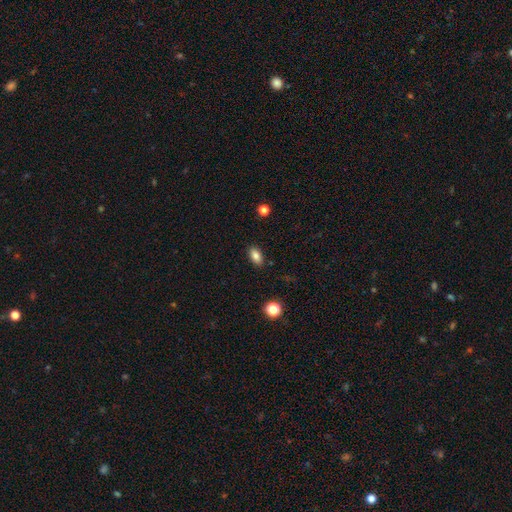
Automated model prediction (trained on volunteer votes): Smooth or featured?
  - smooth: 84% *
  - star or artifact: 10%
  - featured or disk: 7%
How rounded?
  - in between: 89% *
  - round: 7%
  - cigar-shaped: 3%
Merging?
  - none: 88% *
  - minor disturbance: 9%
  - major disturbance: 2%
  - merger: 1%